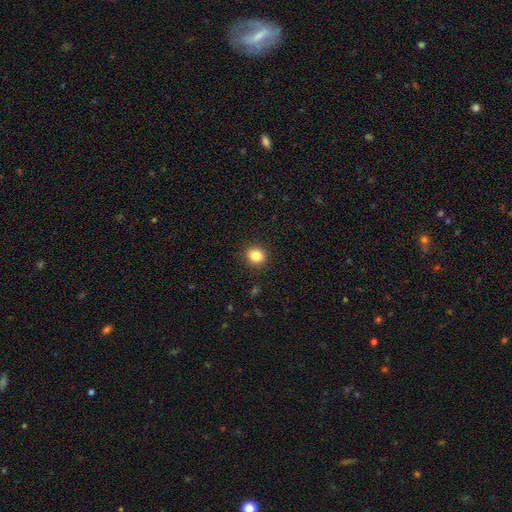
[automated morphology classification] smooth 84%, star or artifact 11%, featured or disk 5%. Down the decision tree: how rounded — round (75%); merging — none (91%).